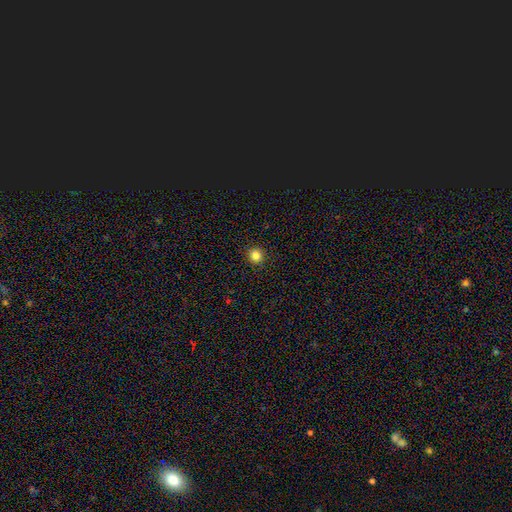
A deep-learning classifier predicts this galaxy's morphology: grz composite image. It shows a smooth galaxy with no disk features (83%) that is round (94%). Merging: none (93%).